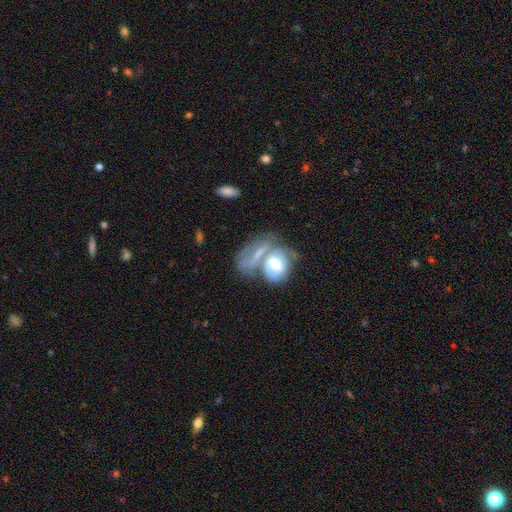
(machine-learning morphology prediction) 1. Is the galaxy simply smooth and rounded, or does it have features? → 48% smooth, 40% featured or disk, 12% star or artifact.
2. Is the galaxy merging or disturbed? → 50% merger, 24% none, 13% major disturbance, 13% minor disturbance.